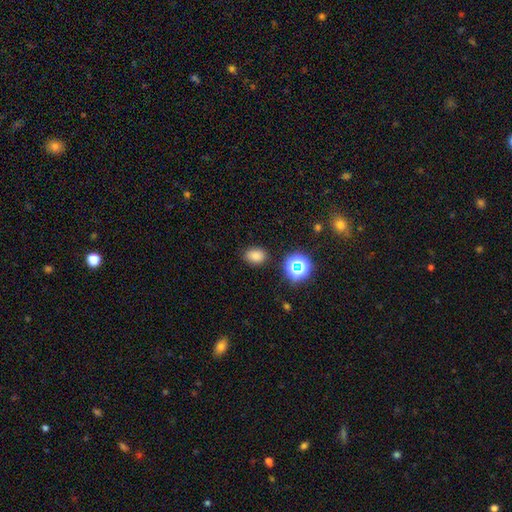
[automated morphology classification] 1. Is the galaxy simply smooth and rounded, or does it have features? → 78% smooth, 17% star or artifact, 5% featured or disk.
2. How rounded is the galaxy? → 66% in between, 33% round, 1% cigar-shaped.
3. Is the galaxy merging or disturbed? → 84% none, 11% minor disturbance, 3% major disturbance, 2% merger.